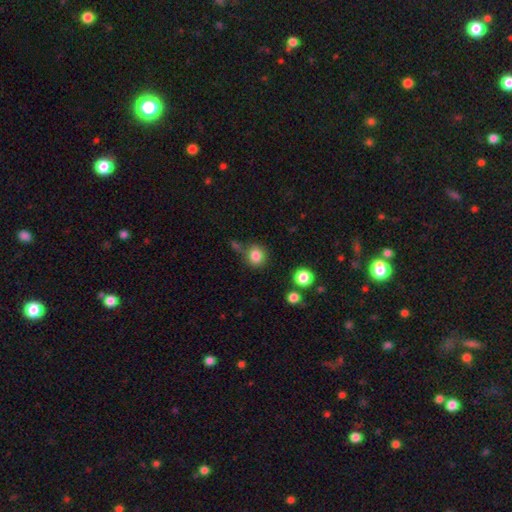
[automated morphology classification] This appears to be a smooth galaxy with no disk features (83%) that is round (88%). Merging: none (76%).